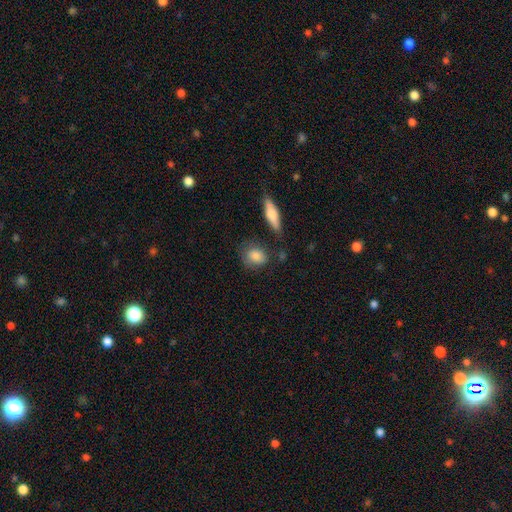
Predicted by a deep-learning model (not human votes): Morphology: type=smooth (84%); roundness=in between (49%); merging=none (70%).